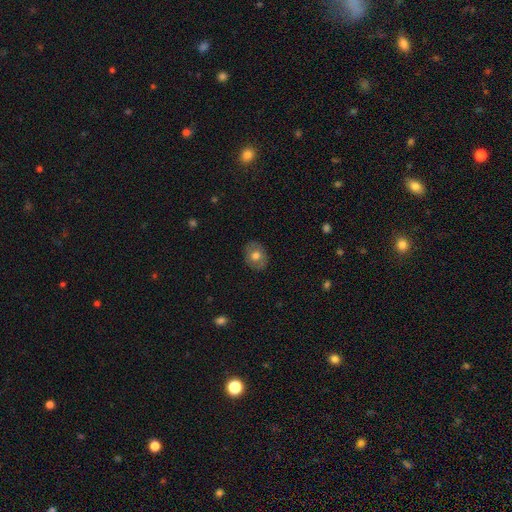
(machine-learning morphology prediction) smooth-or-featured: smooth: 66% | featured or disk: 27% | star or artifact: 8%
  how-rounded: in between: 51% | round: 48% | cigar-shaped: 1%
  merging: none: 84% | minor disturbance: 12% | major disturbance: 3% | merger: 1%